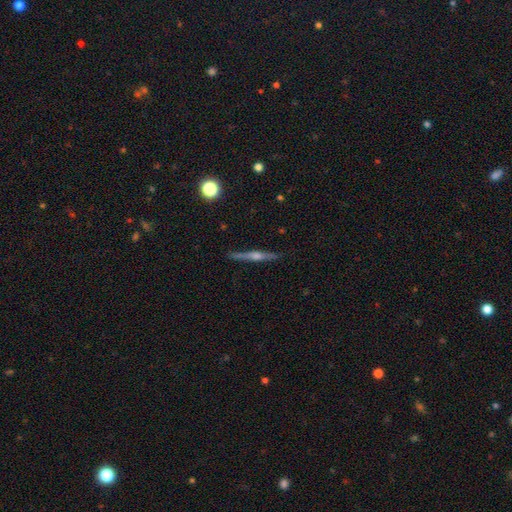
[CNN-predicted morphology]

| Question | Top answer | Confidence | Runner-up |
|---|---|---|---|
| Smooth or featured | featured or disk | 82% | smooth (12%) |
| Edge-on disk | yes | 98% | no (2%) |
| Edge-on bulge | rounded | 87% | none (6%) |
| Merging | none | 92% | minor disturbance (6%) |